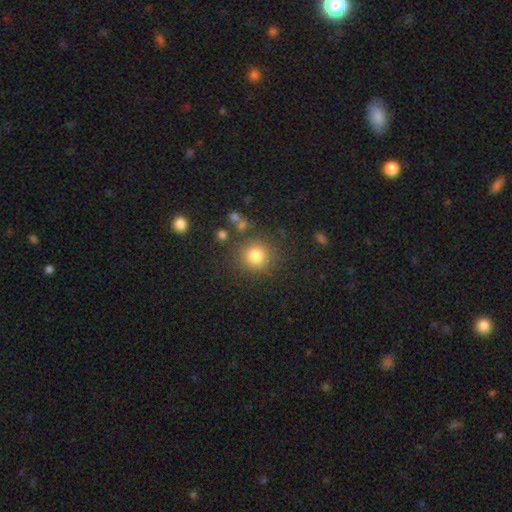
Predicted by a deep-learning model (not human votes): Smooth or featured?
  - smooth: 81% *
  - star or artifact: 12%
  - featured or disk: 7%
How rounded?
  - round: 91% *
  - in between: 8%
  - cigar-shaped: 1%
Merging?
  - none: 82% *
  - minor disturbance: 9%
  - merger: 4%
  - major disturbance: 4%